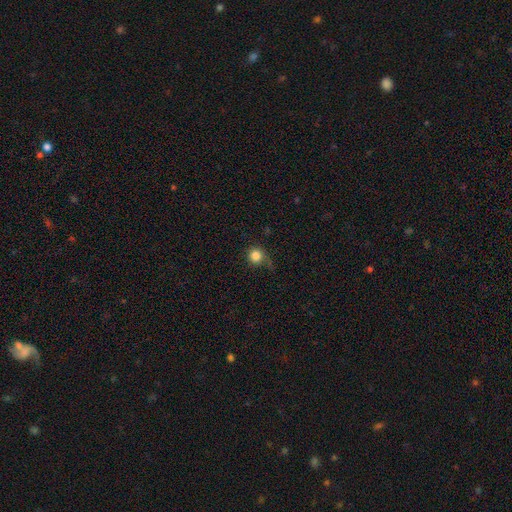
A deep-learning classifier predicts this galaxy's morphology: This is clearly a smooth galaxy (83%). How rounded: clearly round (94%). Merging: likely none (74%).